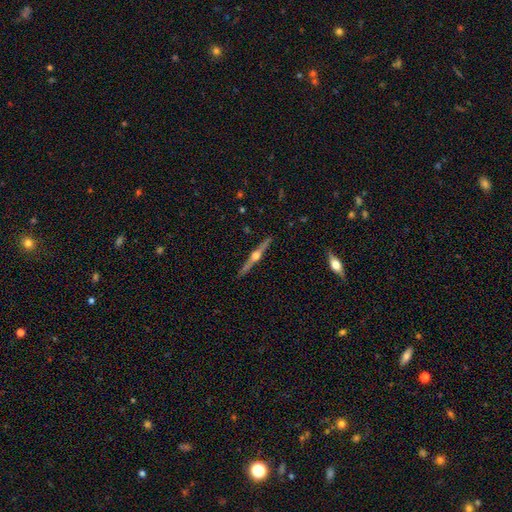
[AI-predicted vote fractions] Morphology: type=featured or disk (83%); edge-on=yes (98%); edge-on bulge=rounded (96%); merging=none (91%).